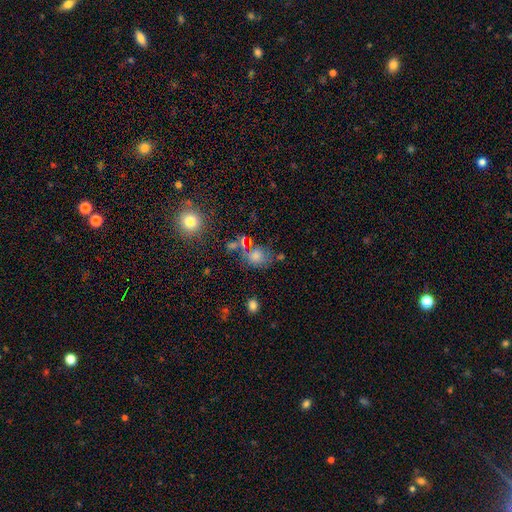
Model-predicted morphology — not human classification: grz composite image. It shows a smooth galaxy with no disk features (69%) that is round (54%). Merging: none (49%).